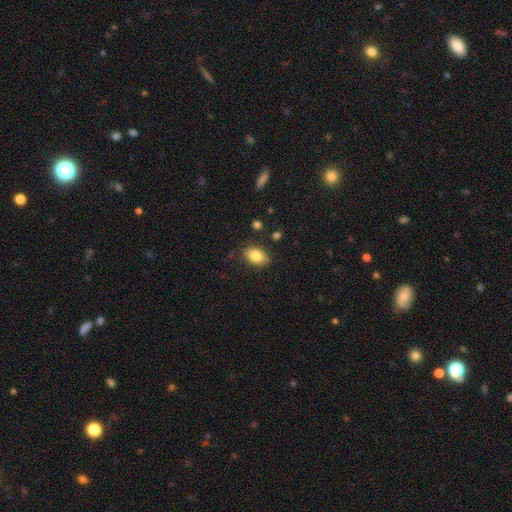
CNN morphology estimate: smooth 84%, star or artifact 8%, featured or disk 8%. Down the decision tree: how rounded — in between (86%); merging — none (82%).